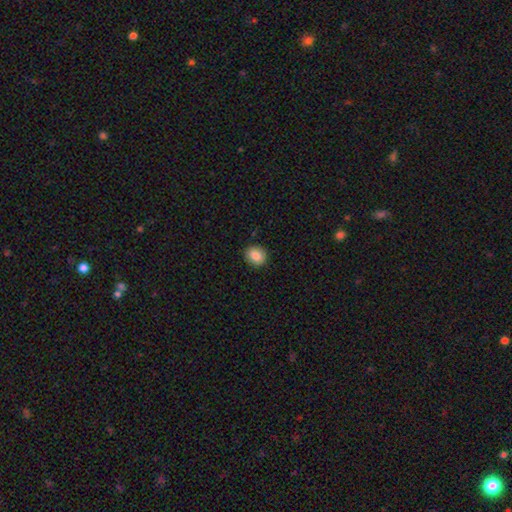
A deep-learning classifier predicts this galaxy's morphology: A smooth galaxy with no disk features (87%) that is round (62%). Merging: none (88%).